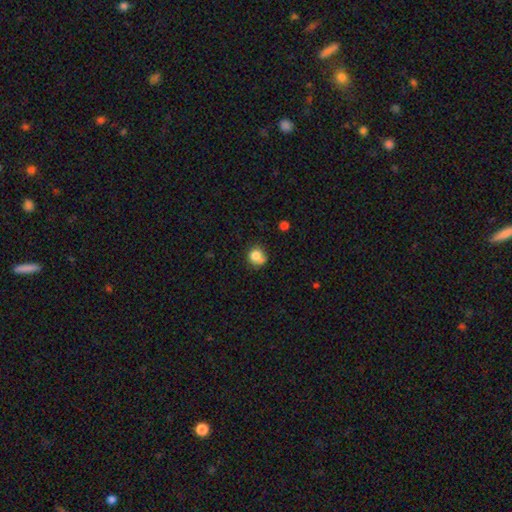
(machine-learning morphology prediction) Q: Smooth or featured?
A: smooth (80%); runner-up: star or artifact (10%)
Q: How rounded?
A: round (81%); runner-up: in between (18%)
Q: Merging?
A: none (58%); runner-up: minor disturbance (27%)